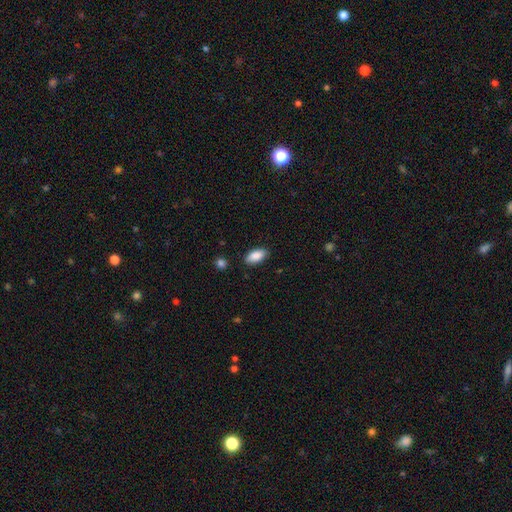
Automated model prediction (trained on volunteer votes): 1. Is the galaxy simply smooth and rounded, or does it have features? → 89% smooth, 7% star or artifact, 5% featured or disk.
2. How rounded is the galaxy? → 92% in between, 5% cigar-shaped, 3% round.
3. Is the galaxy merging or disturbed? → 87% none, 10% minor disturbance, 2% major disturbance, 1% merger.